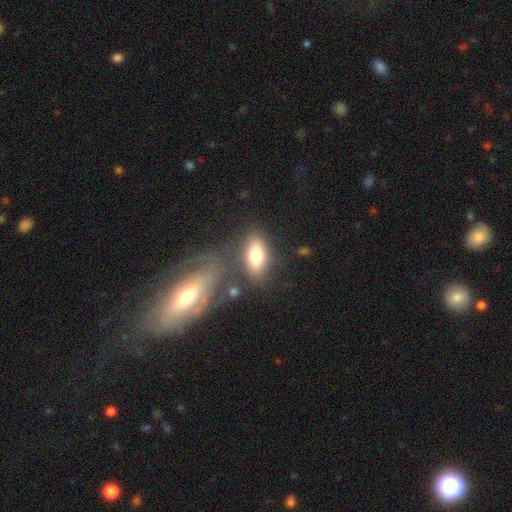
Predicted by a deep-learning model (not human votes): This appears to be a smooth galaxy with no disk features (74%) that is in between round and cigar-shaped (85%). Merging: none (69%).